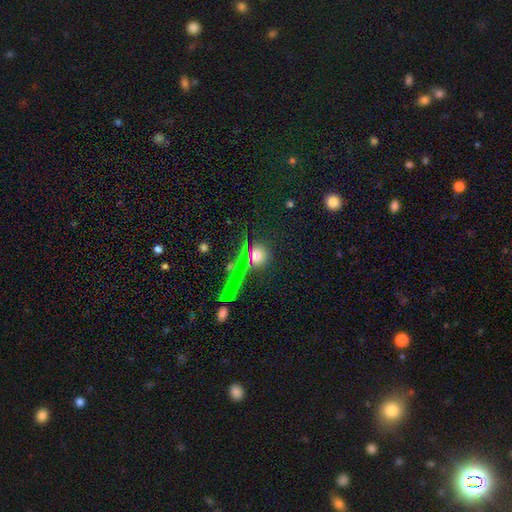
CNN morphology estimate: Smooth or featured?
  - smooth: 56% *
  - star or artifact: 31%
  - featured or disk: 13%
How rounded?
  - round: 82% *
  - in between: 11%
  - cigar-shaped: 6%
Merging?
  - none: 74% *
  - minor disturbance: 10%
  - merger: 10%
  - major disturbance: 6%